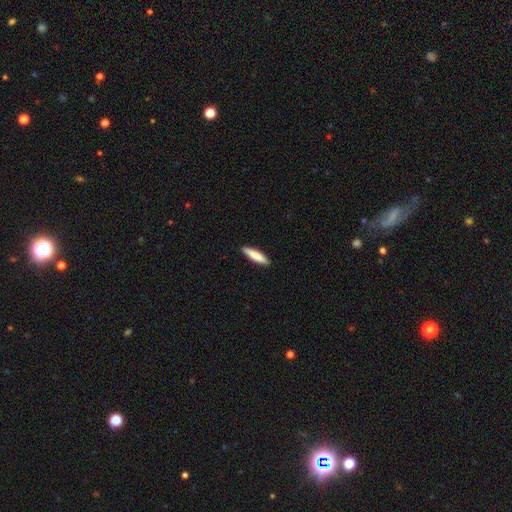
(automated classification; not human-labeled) Smooth or featured? Predicted: smooth (p=0.82). How rounded? Predicted: cigar-shaped (p=0.78). Merging? Predicted: none (p=0.91).